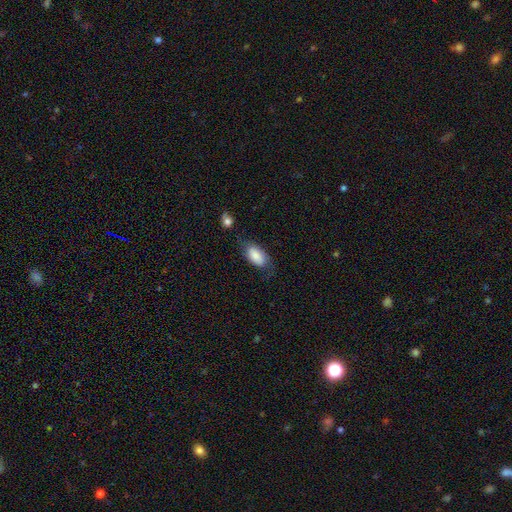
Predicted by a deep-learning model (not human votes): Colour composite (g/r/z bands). It shows a smooth galaxy with no disk features (82%) that is in between round and cigar-shaped (92%). Merging: none (57%).